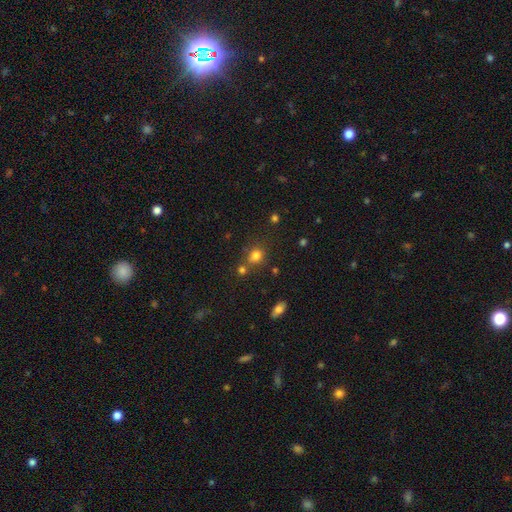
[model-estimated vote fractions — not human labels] Smooth or featured? Predicted: smooth (p=0.77). How rounded? Predicted: round (p=0.73). Merging? Predicted: none (p=0.62).